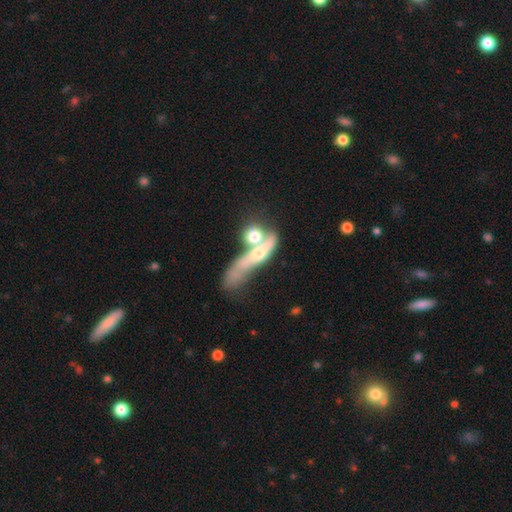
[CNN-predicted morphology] This is possibly a featured or disk galaxy (56%). It is possibly not viewed edge-on (57%). Merging: possibly merger (55%).